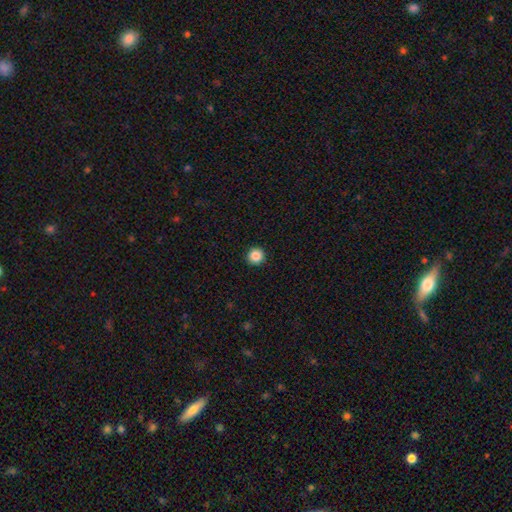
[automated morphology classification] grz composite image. It shows a smooth galaxy with no disk features (87%) that is round (96%). Merging: none (93%).